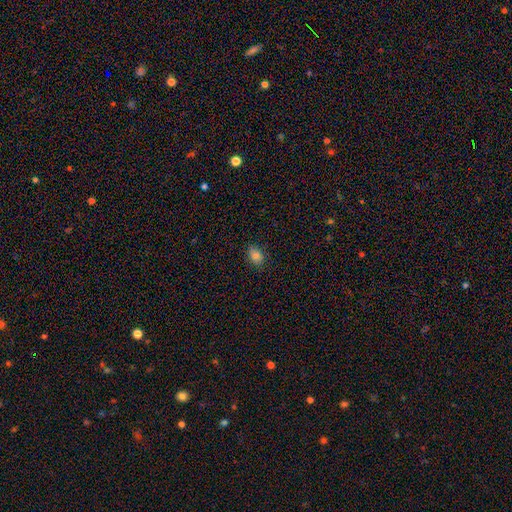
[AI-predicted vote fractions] This appears to be a smooth galaxy with no disk features (83%) that is in between round and cigar-shaped (74%). Merging: none (83%).